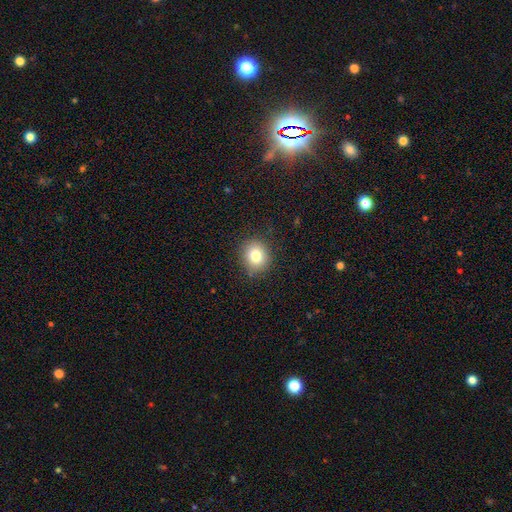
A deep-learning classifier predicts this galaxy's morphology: Overall: smooth (80%). How rounded: round (76%). Merging: none (87%).